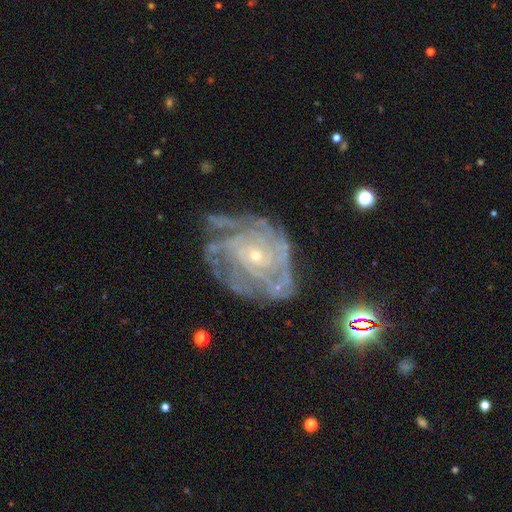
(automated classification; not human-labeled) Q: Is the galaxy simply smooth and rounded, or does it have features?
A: featured or disk — 85%.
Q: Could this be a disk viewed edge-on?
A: no — 97%.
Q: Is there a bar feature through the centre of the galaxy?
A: no — 76%.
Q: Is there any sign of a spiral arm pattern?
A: yes — 93%.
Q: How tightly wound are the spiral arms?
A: tight — 70%.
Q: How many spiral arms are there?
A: can't tell — 36%.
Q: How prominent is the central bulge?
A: small — 80%.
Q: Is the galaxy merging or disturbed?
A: none — 57%.